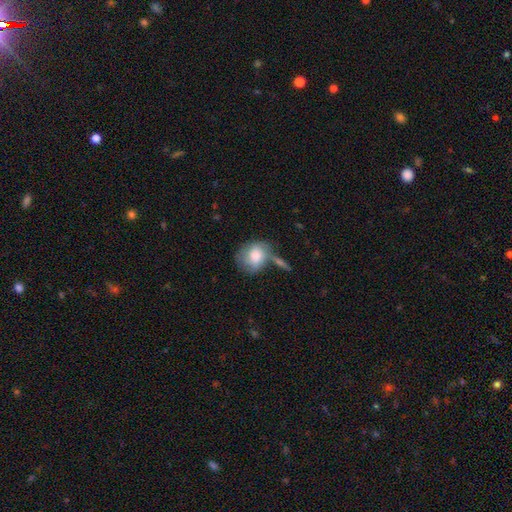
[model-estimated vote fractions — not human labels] A smooth galaxy with no disk features (73%) that is round (58%). Merging: none (46%).